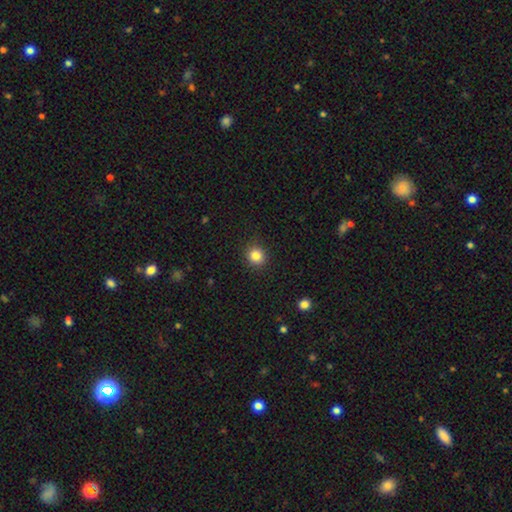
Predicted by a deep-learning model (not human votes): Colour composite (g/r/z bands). It shows a smooth galaxy with no disk features (84%) that is round (87%). Merging: none (90%).